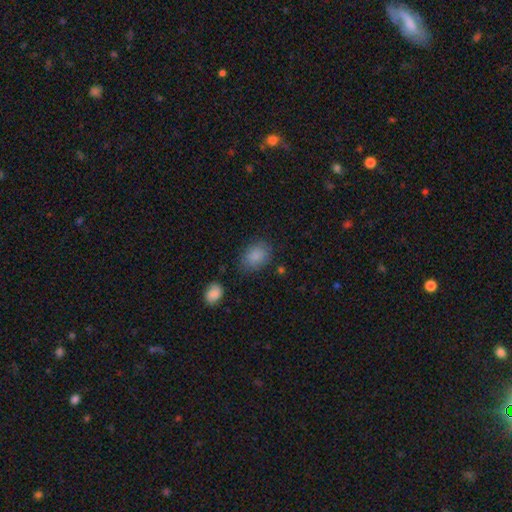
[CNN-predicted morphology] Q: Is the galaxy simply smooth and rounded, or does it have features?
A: smooth — 86%.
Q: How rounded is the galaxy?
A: in between — 69%.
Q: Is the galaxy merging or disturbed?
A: none — 77%.